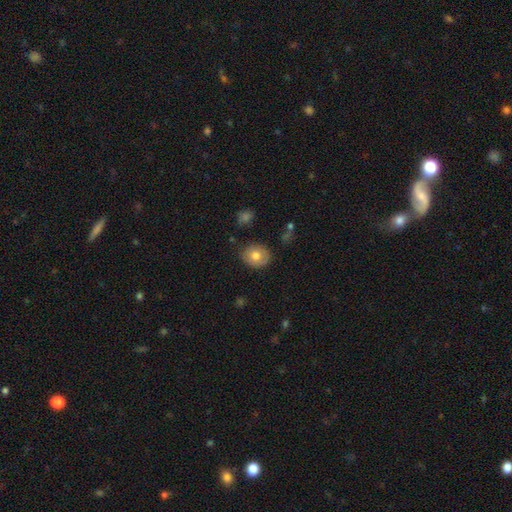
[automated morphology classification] smooth-or-featured: smooth: 72% | featured or disk: 20% | star or artifact: 8%
  how-rounded: round: 68% | in between: 31% | cigar-shaped: 1%
  merging: none: 82% | minor disturbance: 14% | major disturbance: 3% | merger: 2%